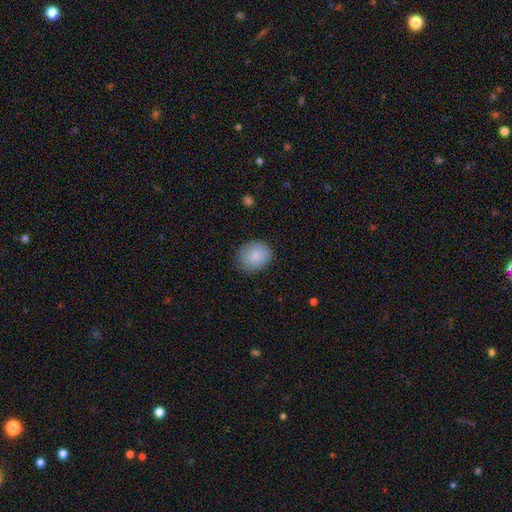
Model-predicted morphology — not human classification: This is clearly a smooth galaxy (85%). How rounded: likely round (66%). Merging: likely none (78%).